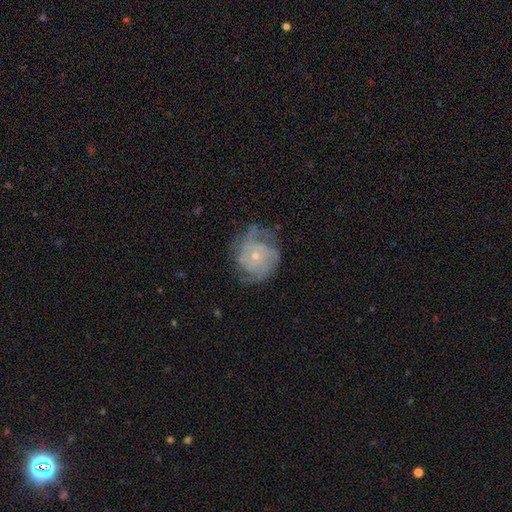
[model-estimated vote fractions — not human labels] Q: Smooth or featured?
A: featured or disk (82%); runner-up: smooth (11%)
Q: Edge-on disk?
A: no (98%); runner-up: yes (2%)
Q: Bar?
A: no (81%); runner-up: weak (16%)
Q: Spiral arms?
A: yes (93%); runner-up: no (7%)
Q: Spiral winding?
A: tight (51%); runner-up: medium (37%)
Q: Spiral arm count?
A: 3 (28%); runner-up: 2 (25%)
Q: Bulge size?
A: small (75%); runner-up: moderate (22%)
Q: Merging?
A: none (66%); runner-up: minor disturbance (21%)